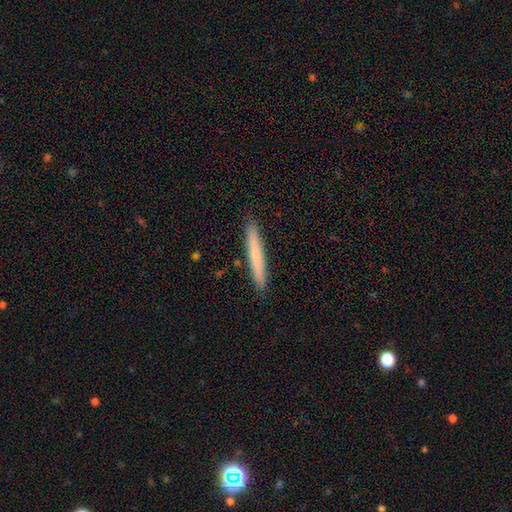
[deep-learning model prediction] Morphology: type=smooth (72%); roundness=cigar-shaped (96%); merging=none (91%).